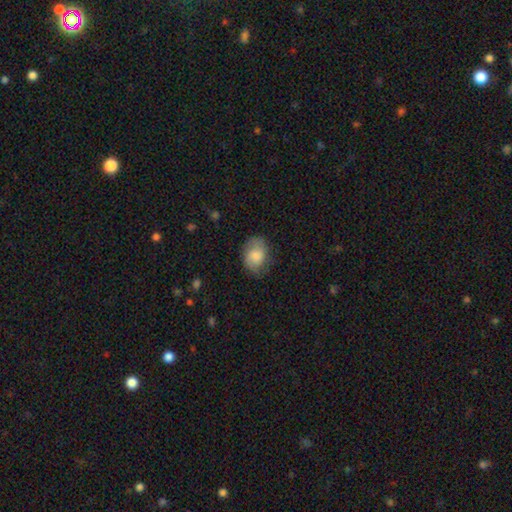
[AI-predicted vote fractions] Overall: smooth (64%; featured or disk 28%). How rounded: in between (65%; round 34%). Merging: none (69%).